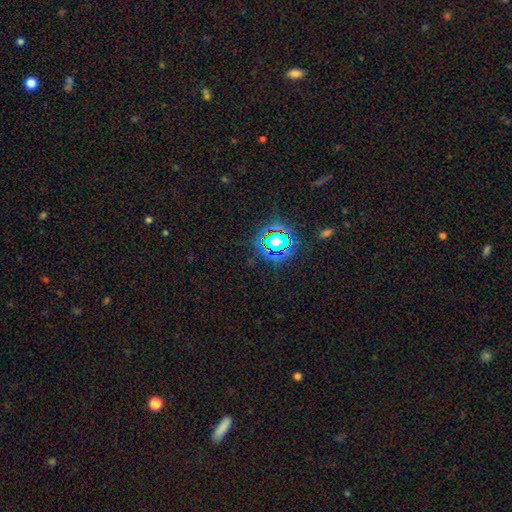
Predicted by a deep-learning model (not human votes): This appears to be a star or artifact, not a galaxy (79%).